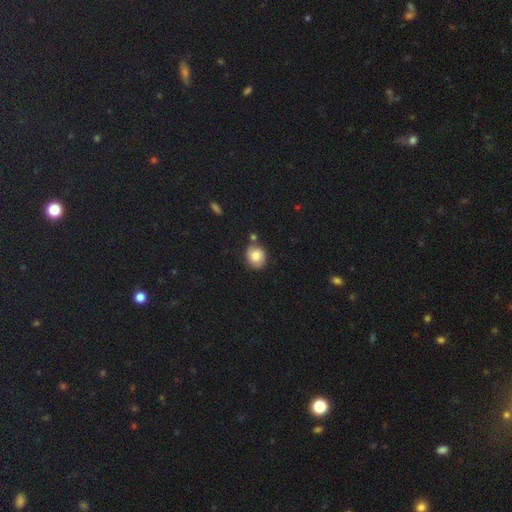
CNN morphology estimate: Smooth or featured: smooth — 76% (featured or disk — 16%)
How rounded: round — 73% (in between — 26%)
Merging: none — 72% (minor disturbance — 16%)